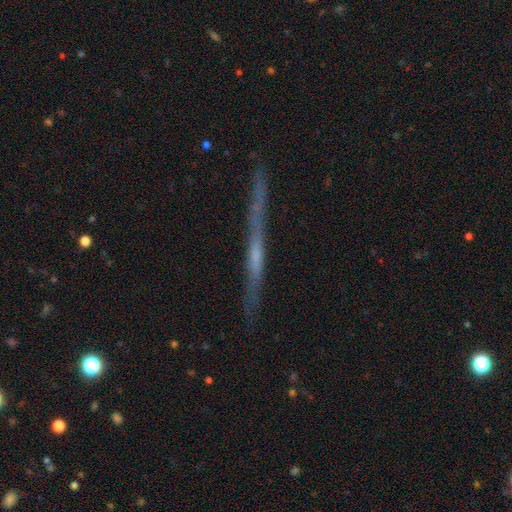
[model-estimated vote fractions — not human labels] This is likely a featured or disk galaxy (65%). It is clearly viewed edge-on (96%). Edge-on bulge: likely none (66%). Merging: clearly none (84%).